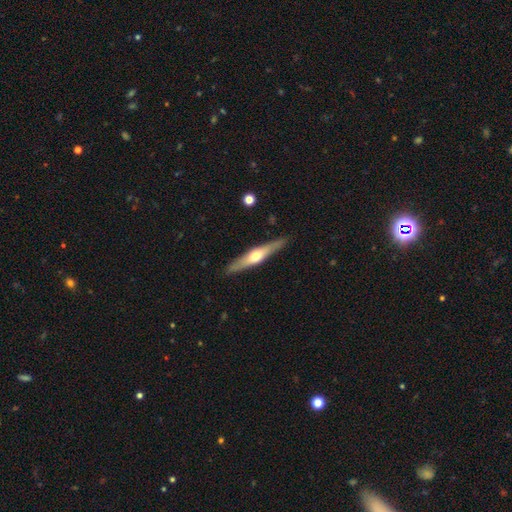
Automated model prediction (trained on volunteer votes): This appears to be a featured or disk galaxy (63%) viewed edge-on (95%) with a rounded central bulge (91%). Merging: none (89%).